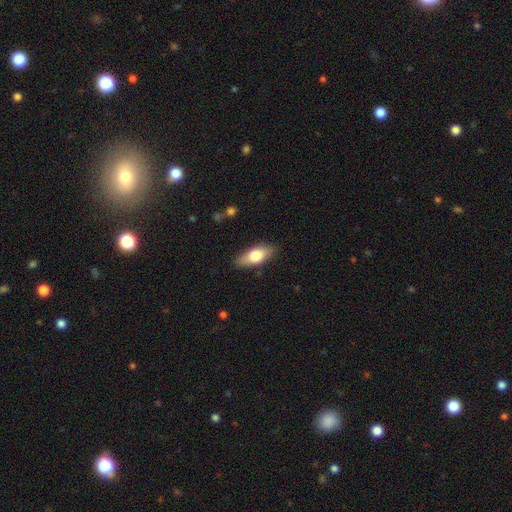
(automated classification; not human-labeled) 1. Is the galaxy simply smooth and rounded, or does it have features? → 69% smooth, 25% featured or disk, 6% star or artifact.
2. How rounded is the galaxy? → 80% in between, 17% cigar-shaped, 4% round.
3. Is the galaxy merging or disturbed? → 85% none, 11% minor disturbance, 2% major disturbance, 1% merger.